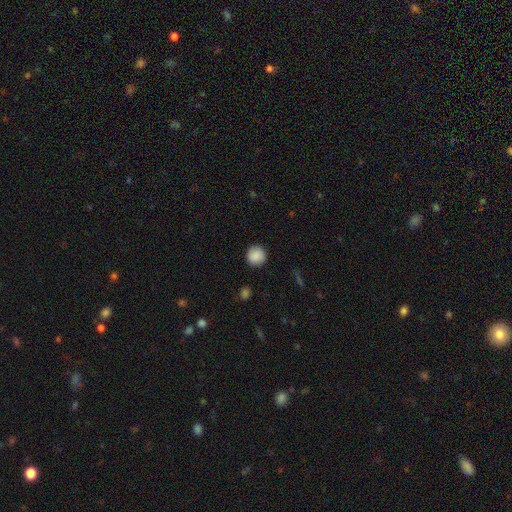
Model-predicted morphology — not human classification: Q: Smooth or featured?
A: smooth (86%); runner-up: star or artifact (8%)
Q: How rounded?
A: round (93%); runner-up: in between (6%)
Q: Merging?
A: none (89%); runner-up: minor disturbance (8%)